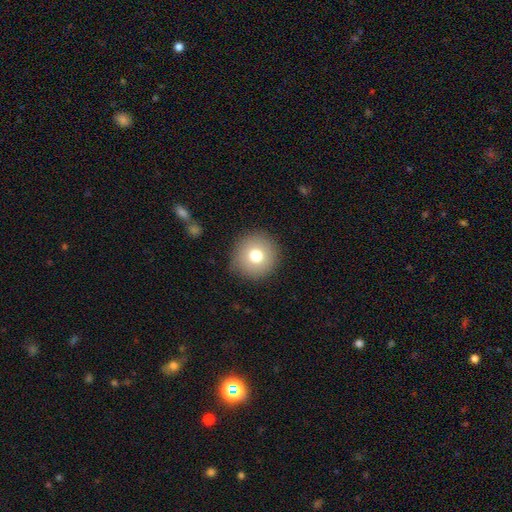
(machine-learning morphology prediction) Q: Smooth or featured?
A: smooth (74%); runner-up: featured or disk (14%)
Q: How rounded?
A: round (95%); runner-up: in between (5%)
Q: Merging?
A: none (88%); runner-up: minor disturbance (8%)